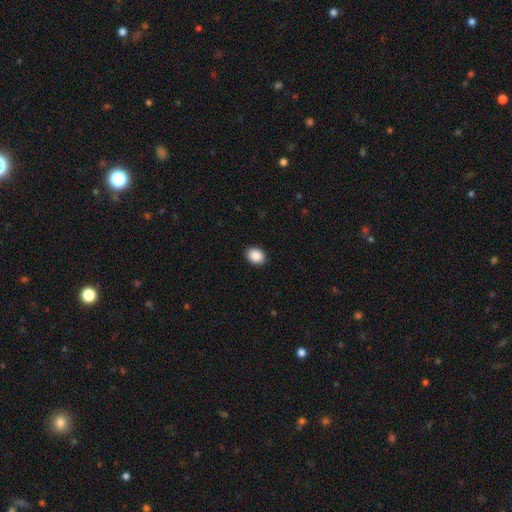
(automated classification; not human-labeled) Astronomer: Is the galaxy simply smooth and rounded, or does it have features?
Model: smooth — 90%.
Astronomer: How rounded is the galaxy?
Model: in between — 60% (runner-up: round, 39%).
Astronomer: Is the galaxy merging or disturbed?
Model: none — 91%.